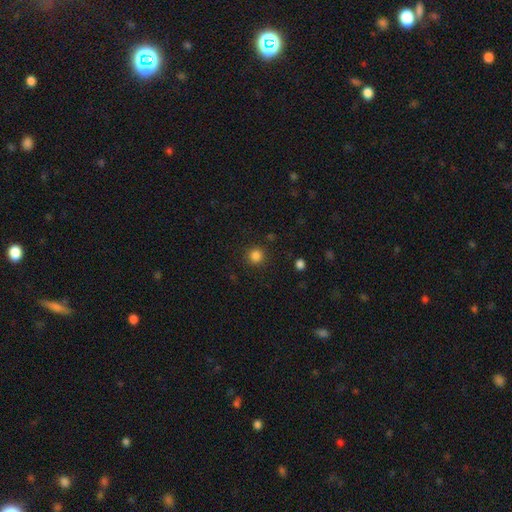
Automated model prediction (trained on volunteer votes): Smooth or featured?
  - smooth: 84% *
  - star or artifact: 12%
  - featured or disk: 4%
How rounded?
  - round: 93% *
  - in between: 6%
  - cigar-shaped: 1%
Merging?
  - none: 89% *
  - minor disturbance: 7%
  - major disturbance: 3%
  - merger: 2%